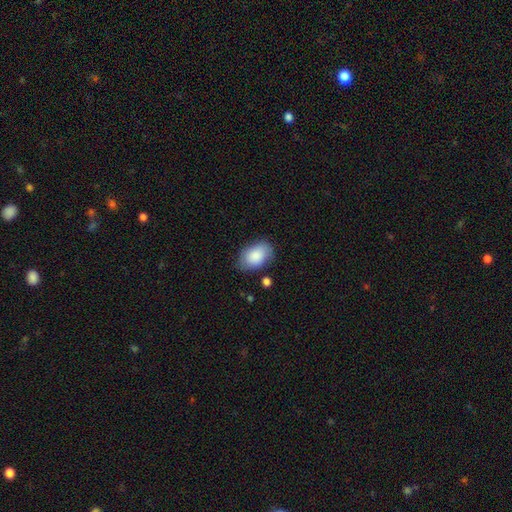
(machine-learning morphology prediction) type=smooth (86%); roundness=in between (88%); merging=none (74%).